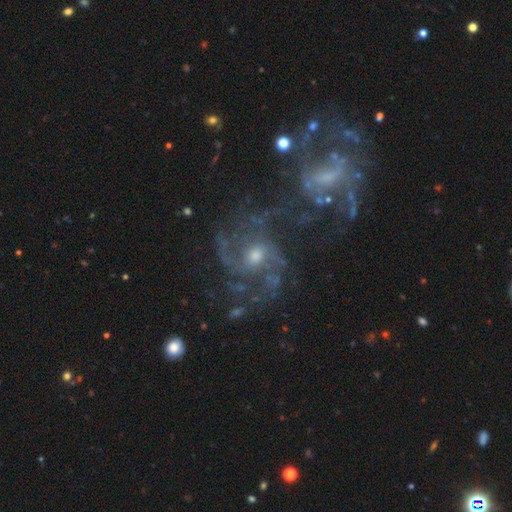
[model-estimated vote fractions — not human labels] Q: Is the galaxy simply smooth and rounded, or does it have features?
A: featured or disk — 83%.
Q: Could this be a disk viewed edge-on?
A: no — 98%.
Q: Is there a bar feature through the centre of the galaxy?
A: no — 59%.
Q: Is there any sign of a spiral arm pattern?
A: yes — 93%.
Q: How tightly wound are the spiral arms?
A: medium — 49%.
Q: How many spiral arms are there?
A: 2 — 38%.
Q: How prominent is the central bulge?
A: moderate — 49%.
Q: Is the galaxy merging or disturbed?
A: none — 51%.